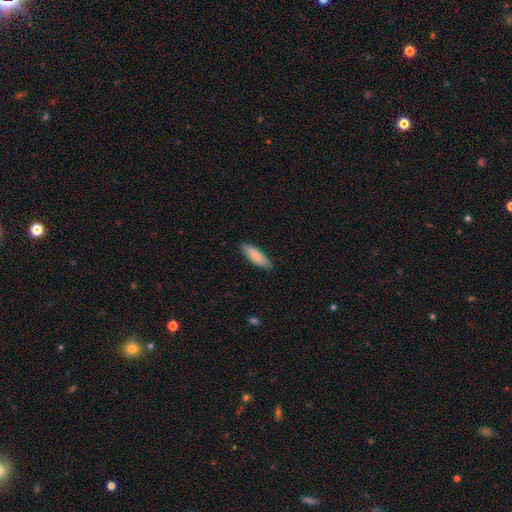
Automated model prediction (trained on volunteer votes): Morphology: type=smooth (82%); roundness=in between (57%); merging=none (84%).